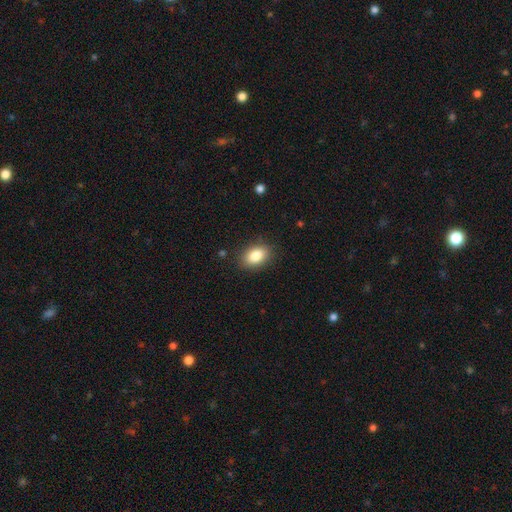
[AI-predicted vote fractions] smooth-or-featured: smooth: 84% | star or artifact: 8% | featured or disk: 8%
  how-rounded: in between: 85% | round: 13% | cigar-shaped: 2%
  merging: none: 86% | minor disturbance: 10% | major disturbance: 3% | merger: 1%